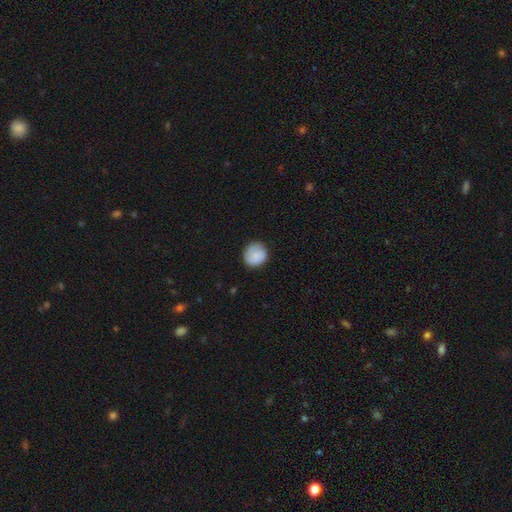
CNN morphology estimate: A smooth galaxy with no disk features (81%) that is round (90%).

Vote fractions:
- Smooth or featured? smooth: 81% / featured or disk: 13% / star or artifact: 7%
- How rounded? round: 90% / in between: 9% / cigar-shaped: 1%
- Merging? none: 82% / minor disturbance: 14% / major disturbance: 3% / merger: 1%